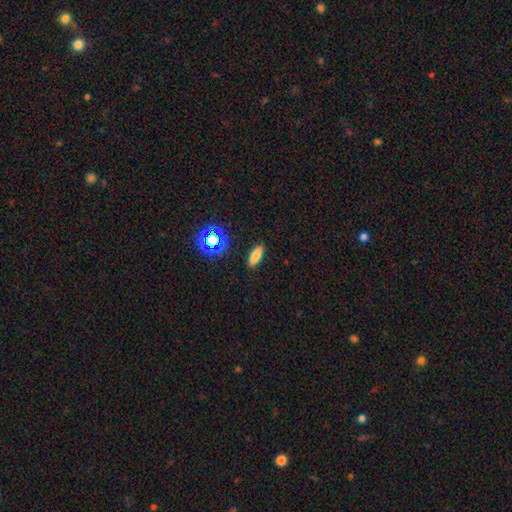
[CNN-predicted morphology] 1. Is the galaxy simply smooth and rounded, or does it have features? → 75% smooth, 15% star or artifact, 11% featured or disk.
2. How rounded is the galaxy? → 62% in between, 33% cigar-shaped, 5% round.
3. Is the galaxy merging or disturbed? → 89% none, 8% minor disturbance, 2% major disturbance, 1% merger.